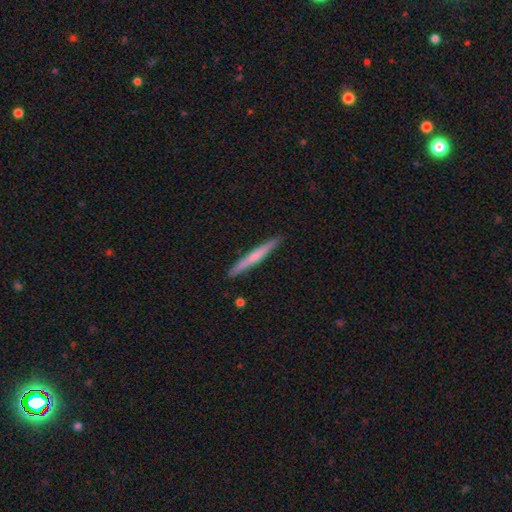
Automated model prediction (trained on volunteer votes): A featured or disk galaxy (57%) viewed edge-on (97%) with a rounded central bulge (55%). Merging: none (91%).